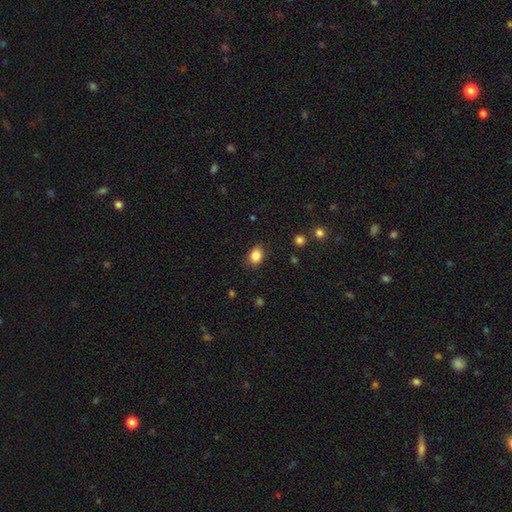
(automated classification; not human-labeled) Morphology: type=smooth (85%); roundness=in between (61%); merging=none (86%).